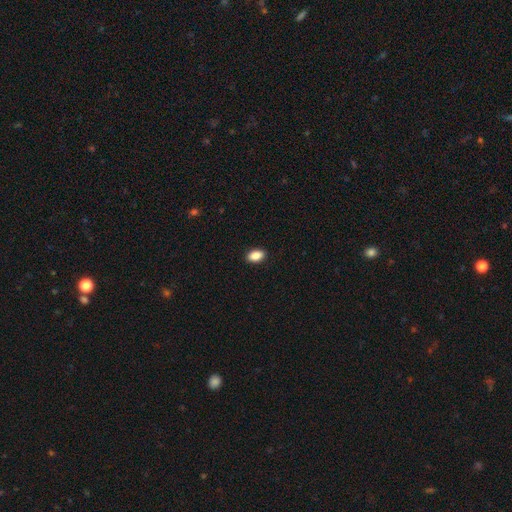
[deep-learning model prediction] smooth 88%, star or artifact 8%, featured or disk 4%. Down the decision tree: how rounded — in between (91%); merging — none (91%).